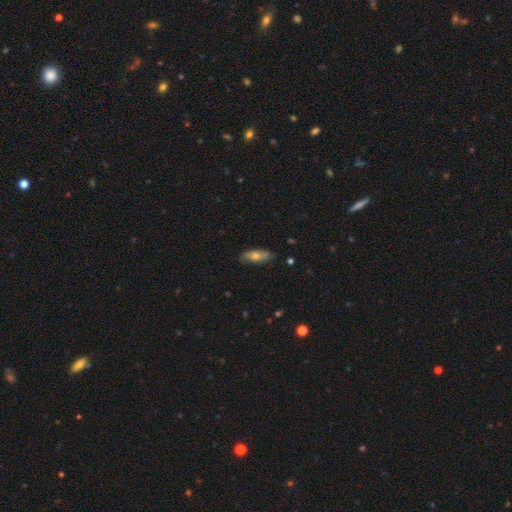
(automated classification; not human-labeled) The model was most divided on "how rounded": in between: 64%, cigar-shaped: 33%, round: 3%. More confident: merging — none (81%); smooth or featured — smooth (62%).